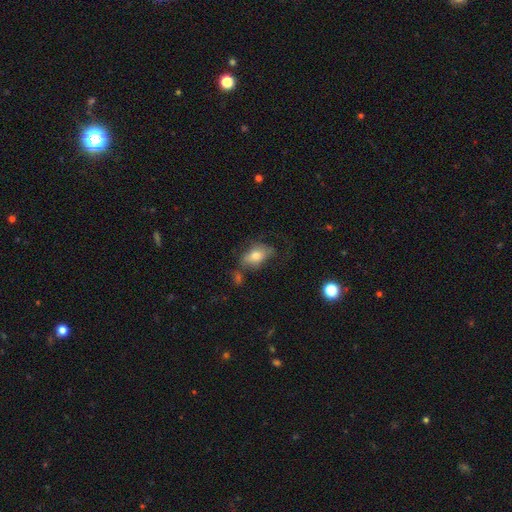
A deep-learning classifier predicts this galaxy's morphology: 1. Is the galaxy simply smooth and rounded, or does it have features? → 71% smooth, 21% featured or disk, 9% star or artifact.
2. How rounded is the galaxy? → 88% in between, 8% round, 4% cigar-shaped.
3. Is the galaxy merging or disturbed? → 47% none, 28% minor disturbance, 17% major disturbance, 8% merger.